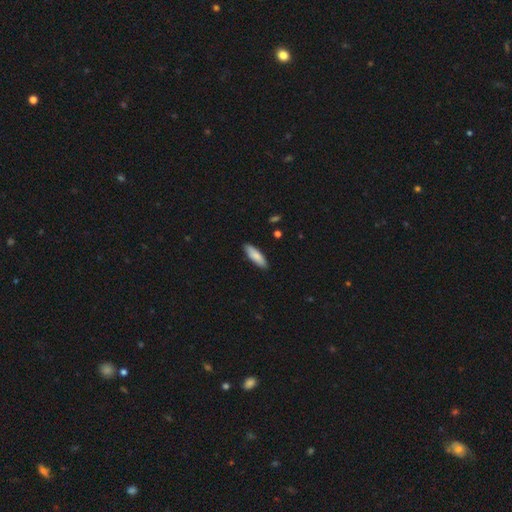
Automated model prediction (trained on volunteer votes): This appears to be a smooth galaxy with no disk features (85%) that is in between round and cigar-shaped (51%). Merging: none (88%).